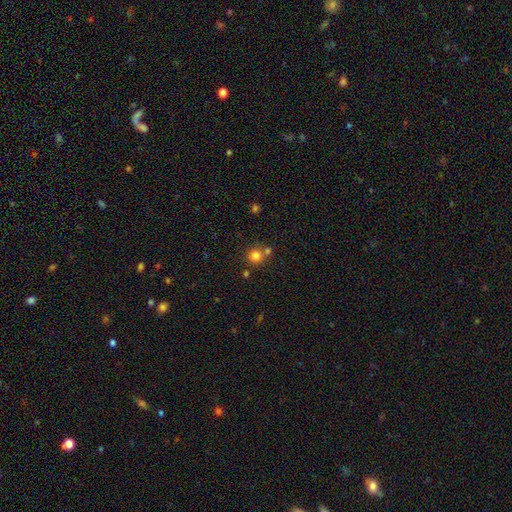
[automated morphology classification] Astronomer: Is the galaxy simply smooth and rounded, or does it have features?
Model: smooth — 79%.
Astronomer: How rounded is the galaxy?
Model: round — 92%.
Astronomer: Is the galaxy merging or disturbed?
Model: none — 65%.